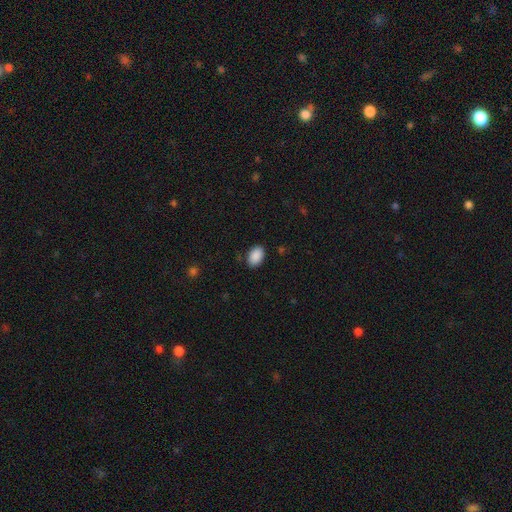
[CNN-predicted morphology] This appears to be a smooth galaxy with no disk features (90%) that is in between round and cigar-shaped (89%). Merging: none (87%).